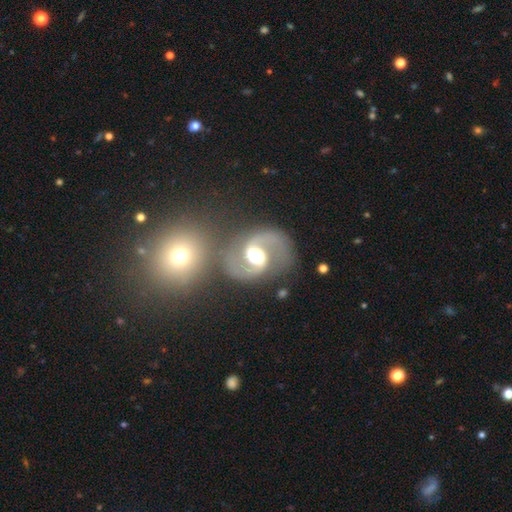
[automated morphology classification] Overall: featured or disk (89%). Edge-on disk: no (98%). Bar: weak (47%; strong 27%). Spiral arms: yes (96%). Spiral arm count: 2 (94%). Spiral winding: medium (62%; loose 27%). Bulge size: moderate (54%; large 36%). Merging: none (66%).